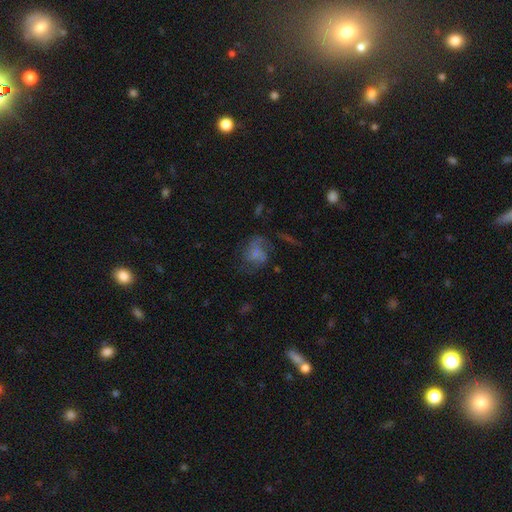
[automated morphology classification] smooth_or_featured: featured or disk (p=0.48) [alt: smooth p=0.30]
merging: none (p=0.51) [alt: major disturbance p=0.25]